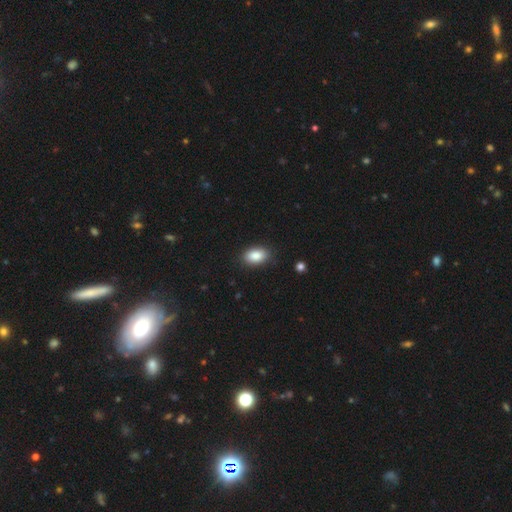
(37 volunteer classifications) Smooth or featured? smooth (95%)
How rounded? in between (86%)
Merging? none (86%)